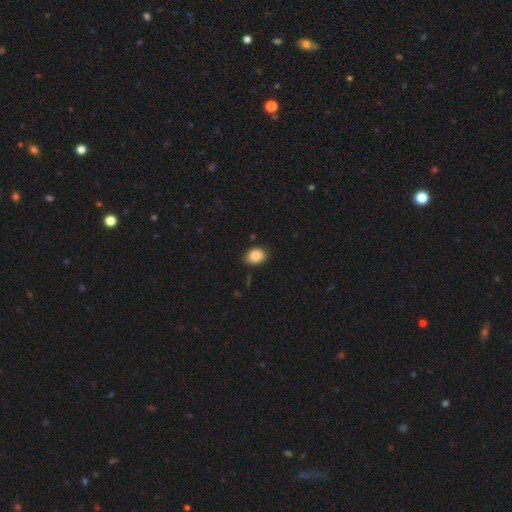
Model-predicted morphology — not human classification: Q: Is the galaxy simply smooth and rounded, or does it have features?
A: smooth — 88%.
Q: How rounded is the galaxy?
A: in between — 54%.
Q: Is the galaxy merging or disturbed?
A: none — 79%.